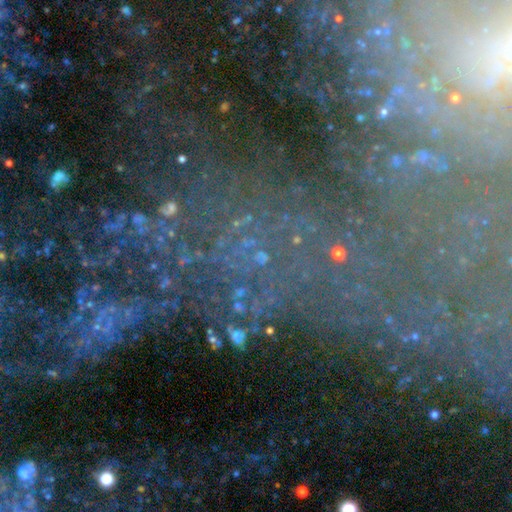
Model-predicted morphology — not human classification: Smooth or featured? star or artifact (72%)